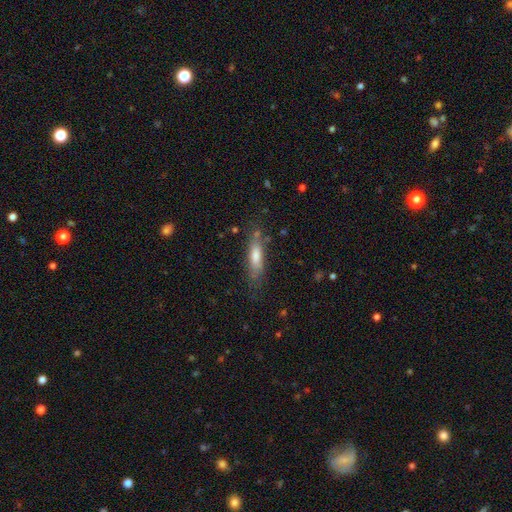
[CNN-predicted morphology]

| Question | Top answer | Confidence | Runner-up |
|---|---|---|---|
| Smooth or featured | smooth | 65% | featured or disk (27%) |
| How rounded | cigar-shaped | 64% | in between (34%) |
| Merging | none | 68% | minor disturbance (21%) |